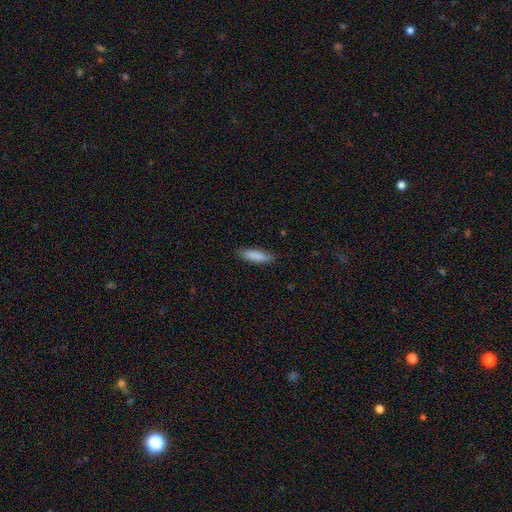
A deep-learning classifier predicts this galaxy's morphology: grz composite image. It shows a smooth galaxy with no disk features (87%) that is cigar-shaped (64%). Merging: none (86%).